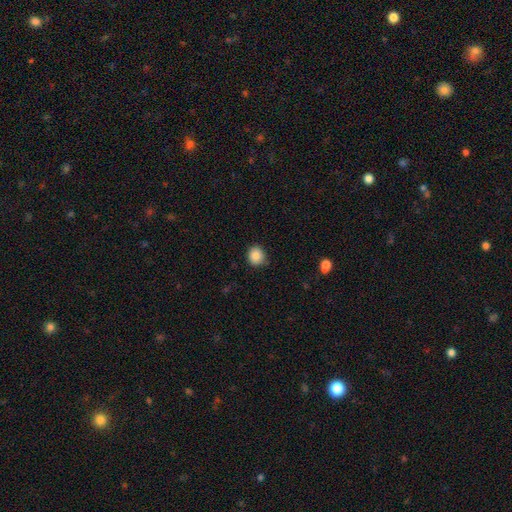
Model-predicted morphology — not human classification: A smooth galaxy with no disk features (87%) that is round (82%). Merging: none (82%).